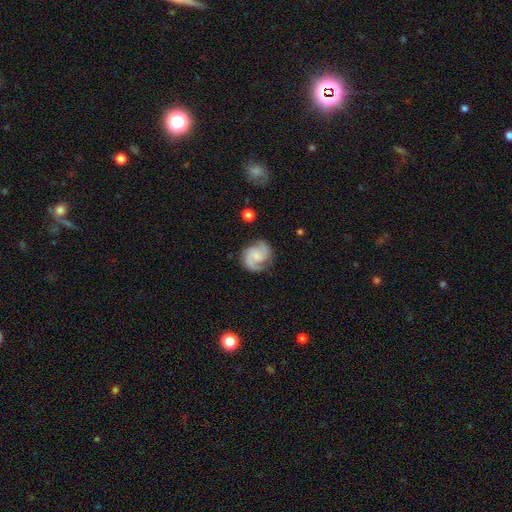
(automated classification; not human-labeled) smooth_or_featured: featured or disk (p=0.85) [alt: smooth p=0.10]
disk_edge_on: no (p=0.98) [alt: yes p=0.02]
bar: no (p=0.56) [alt: weak p=0.37]
has_spiral_arms: yes (p=0.98) [alt: no p=0.02]
spiral_winding: medium (p=0.52) [alt: tight p=0.32]
spiral_arm_count: 2 (p=0.86) [alt: 3 p=0.05]
bulge_size: small (p=0.45) [alt: none p=0.33]
merging: none (p=0.79) [alt: minor disturbance p=0.14]